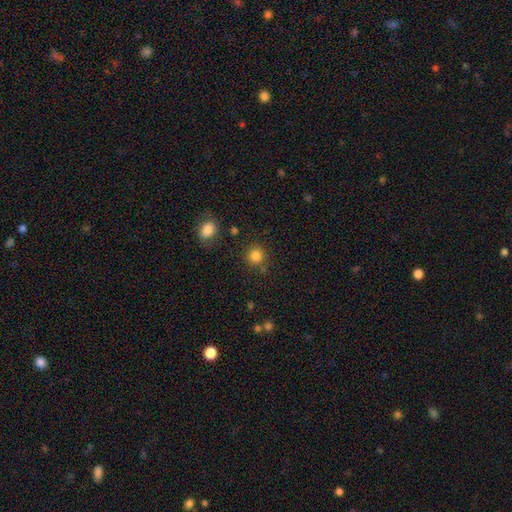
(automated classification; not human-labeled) smooth-or-featured: smooth: 84% | star or artifact: 12% | featured or disk: 4%
  how-rounded: round: 89% | in between: 10% | cigar-shaped: 1%
  merging: none: 83% | minor disturbance: 9% | merger: 5% | major disturbance: 4%